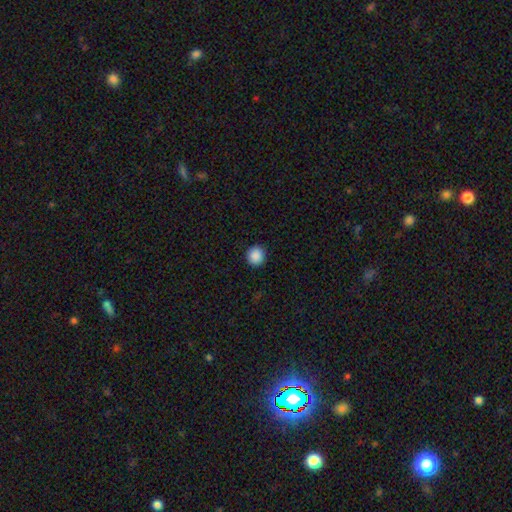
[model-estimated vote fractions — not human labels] smooth 89%, star or artifact 9%, featured or disk 2%. Down the decision tree: how rounded — round (91%); merging — none (92%).